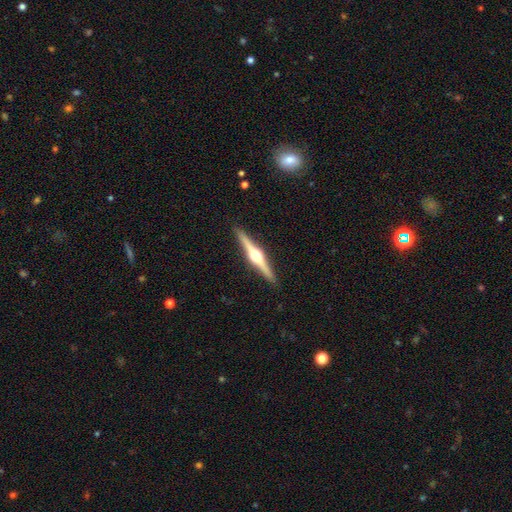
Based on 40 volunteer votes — Morphology: type=featured or disk (85%); edge-on=yes (97%); edge-on bulge=rounded (100%); merging=none (87%).